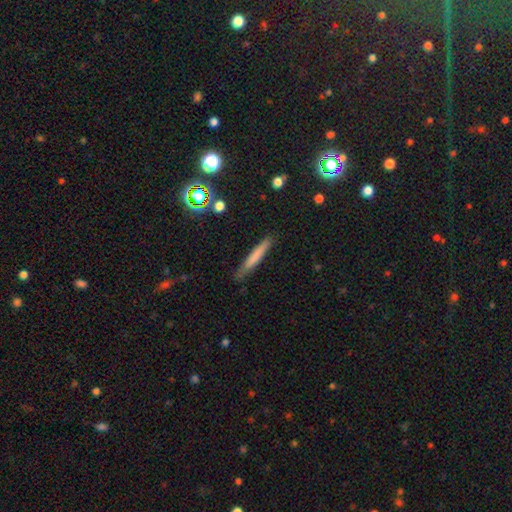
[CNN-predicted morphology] Overall: smooth (70%). How rounded: cigar-shaped (94%). Merging: none (82%).